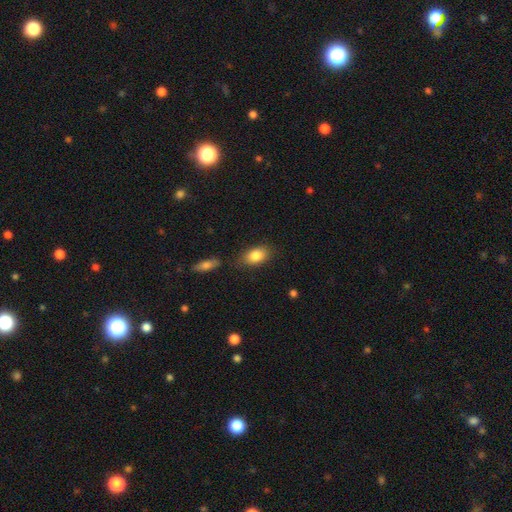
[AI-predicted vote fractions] Morphology: type=smooth (84%); roundness=in between (86%); merging=none (78%).